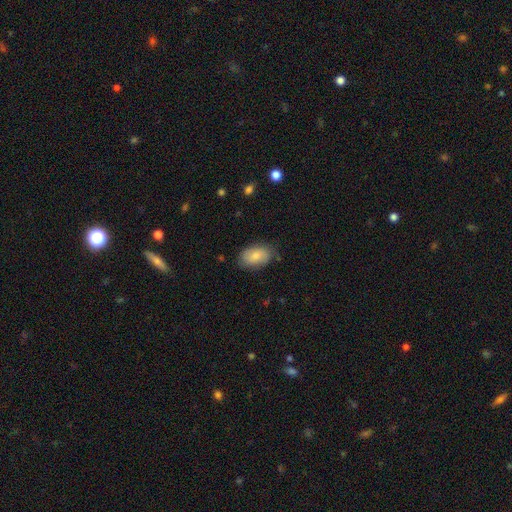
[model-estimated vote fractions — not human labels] Smooth or featured: smooth — 78% (featured or disk — 16%)
How rounded: in between — 91% (round — 8%)
Merging: none — 77% (minor disturbance — 18%)